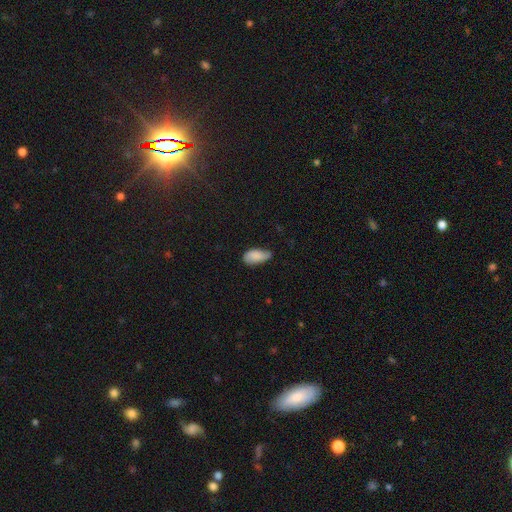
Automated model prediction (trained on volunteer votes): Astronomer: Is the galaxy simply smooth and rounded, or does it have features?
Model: smooth — 79%.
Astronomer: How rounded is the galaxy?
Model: in between — 92%.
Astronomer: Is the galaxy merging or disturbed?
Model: none — 48% (runner-up: minor disturbance, 41%).